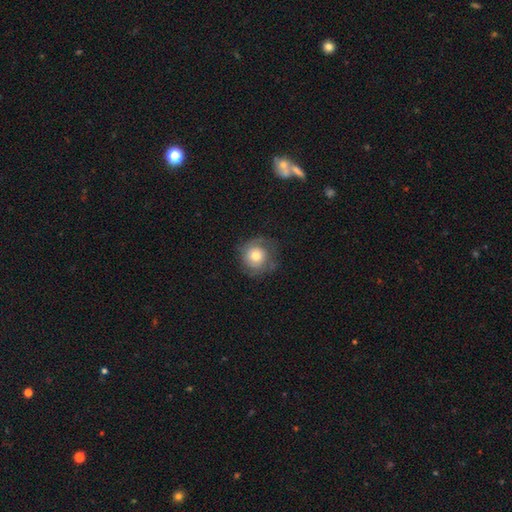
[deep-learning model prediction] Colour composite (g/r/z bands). It shows a smooth galaxy with no disk features (55%) that is round (90%). Merging: none (68%).